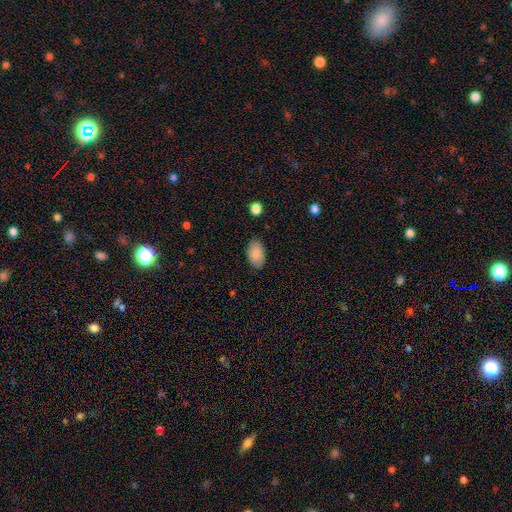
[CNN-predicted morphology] Overall: smooth (87%). How rounded: in between (91%). Merging: none (82%).